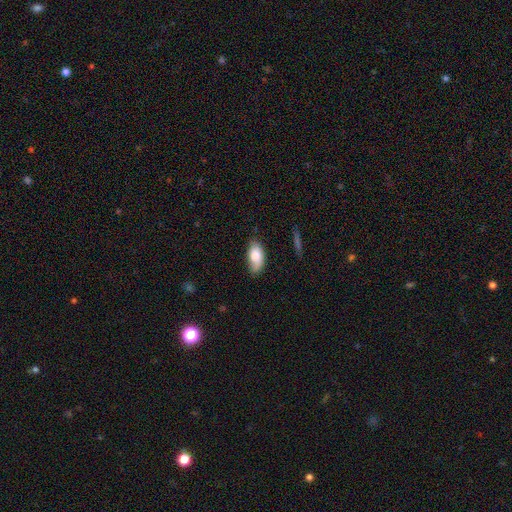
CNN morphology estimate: A smooth galaxy with no disk features (80%) that is in between round and cigar-shaped (91%). Merging: none (63%).